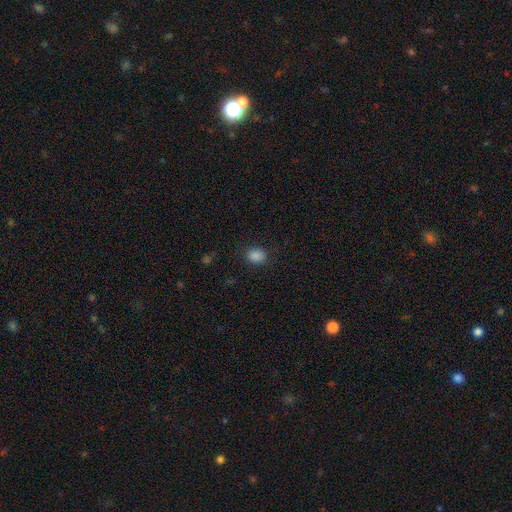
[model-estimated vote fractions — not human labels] A smooth galaxy with no disk features (86%) that is in between round and cigar-shaped (54%).

Vote fractions:
- Smooth or featured? smooth: 86% / star or artifact: 11% / featured or disk: 3%
- How rounded? in between: 54% / round: 45% / cigar-shaped: 1%
- Merging? none: 86% / minor disturbance: 10% / major disturbance: 3% / merger: 1%